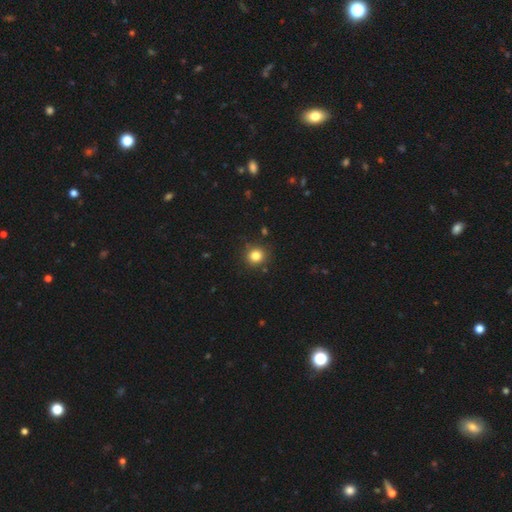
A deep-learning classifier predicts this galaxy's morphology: Q: Smooth or featured?
A: smooth (82%); runner-up: star or artifact (12%)
Q: How rounded?
A: round (91%); runner-up: in between (8%)
Q: Merging?
A: none (88%); runner-up: minor disturbance (8%)